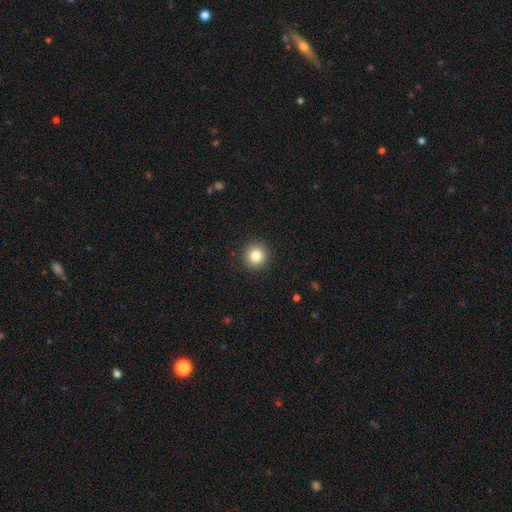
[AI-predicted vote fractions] smooth 83%, star or artifact 10%, featured or disk 7%. Down the decision tree: how rounded — round (94%); merging — none (92%).